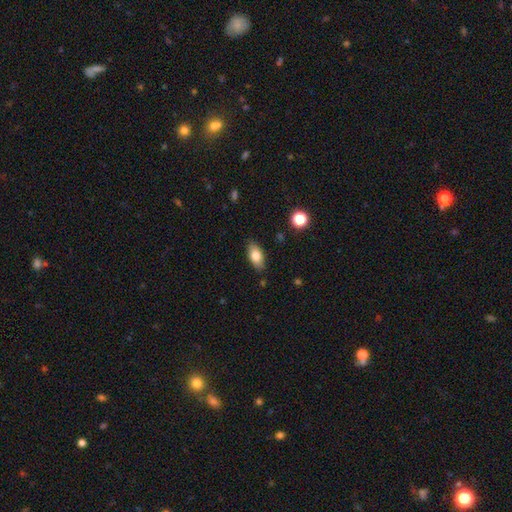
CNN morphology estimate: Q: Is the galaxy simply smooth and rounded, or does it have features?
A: smooth — 78%.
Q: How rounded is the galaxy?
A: in between — 89%.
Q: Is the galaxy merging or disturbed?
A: none — 85%.